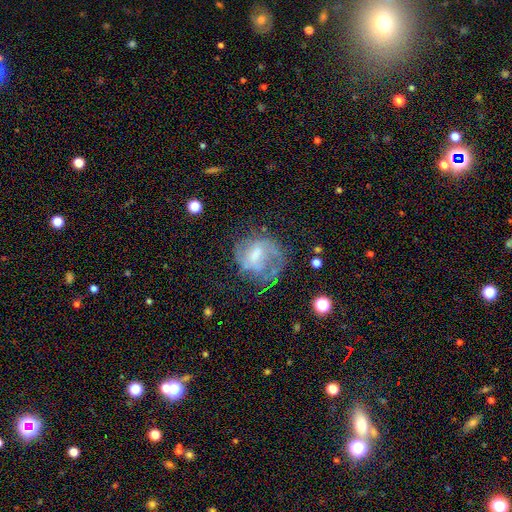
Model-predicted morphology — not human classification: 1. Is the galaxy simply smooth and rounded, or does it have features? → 66% featured or disk, 25% smooth, 9% star or artifact.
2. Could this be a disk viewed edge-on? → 97% no, 3% yes.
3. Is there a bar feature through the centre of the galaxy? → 51% weak, 34% no, 16% strong.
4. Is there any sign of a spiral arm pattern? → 72% yes, 28% no.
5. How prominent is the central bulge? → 41% moderate, 30% small, 19% none, 9% large, 2% dominant.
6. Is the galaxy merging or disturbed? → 44% none, 30% major disturbance, 23% minor disturbance, 4% merger.